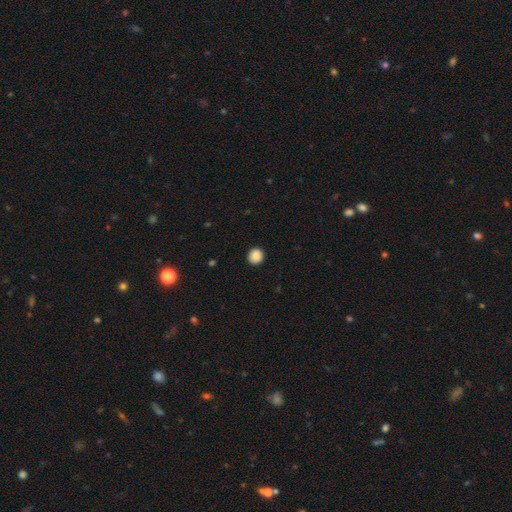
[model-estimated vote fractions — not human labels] Morphology: type=smooth (88%); roundness=round (89%); merging=none (91%).